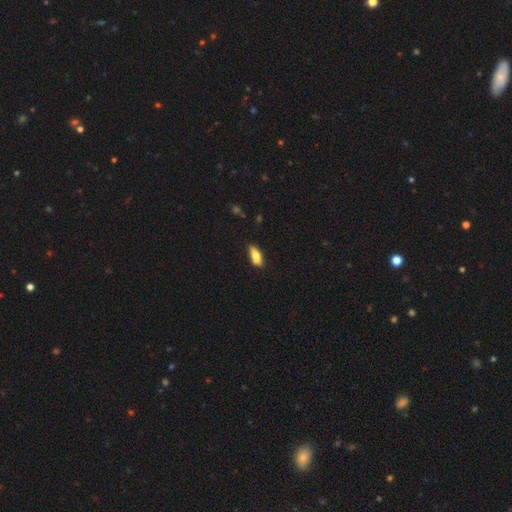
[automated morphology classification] A smooth galaxy with no disk features (71%) that is in between round and cigar-shaped (78%).

Vote fractions:
- Smooth or featured? smooth: 71% / featured or disk: 23% / star or artifact: 6%
- How rounded? in between: 78% / cigar-shaped: 18% / round: 3%
- Merging? none: 78% / minor disturbance: 16% / major disturbance: 3% / merger: 3%